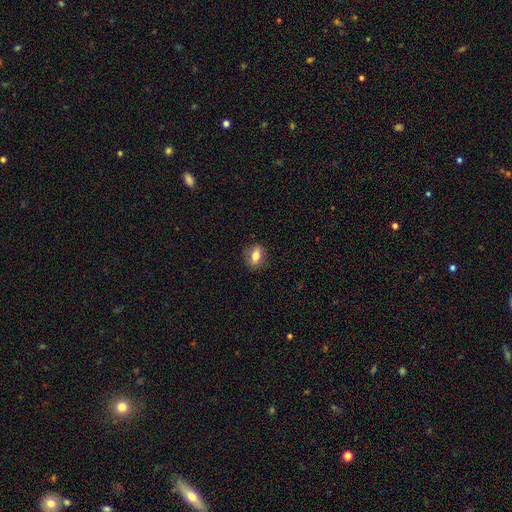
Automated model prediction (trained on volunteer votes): This is likely a smooth galaxy (73%). How rounded: likely in between (69%). Merging: clearly none (84%).